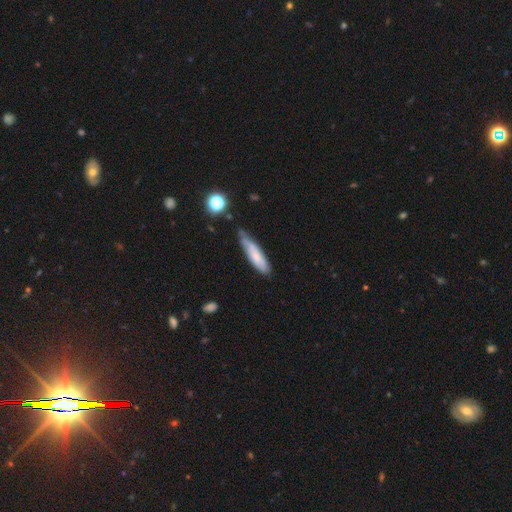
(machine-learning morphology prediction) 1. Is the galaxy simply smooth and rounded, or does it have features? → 64% smooth, 29% featured or disk, 7% star or artifact.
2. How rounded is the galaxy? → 74% cigar-shaped, 24% in between, 2% round.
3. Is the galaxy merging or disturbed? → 54% none, 35% minor disturbance, 8% major disturbance, 3% merger.